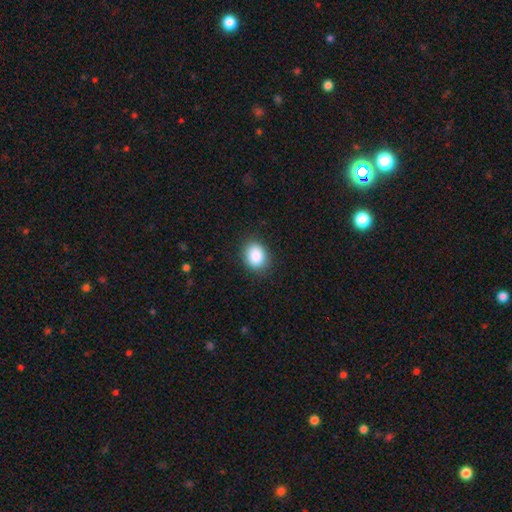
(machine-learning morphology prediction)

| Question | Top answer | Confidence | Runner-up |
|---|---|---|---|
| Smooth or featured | smooth | 87% | star or artifact (8%) |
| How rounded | in between | 51% | round (48%) |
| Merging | none | 88% | minor disturbance (9%) |